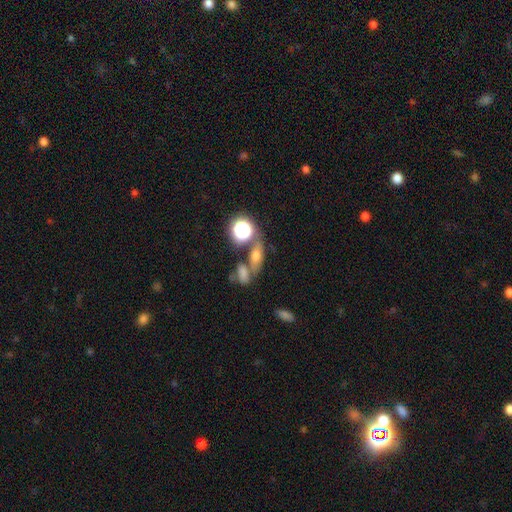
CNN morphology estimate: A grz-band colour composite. It shows a smooth galaxy with no disk features (58%) that is in between round and cigar-shaped (61%). Merging: none (47%).